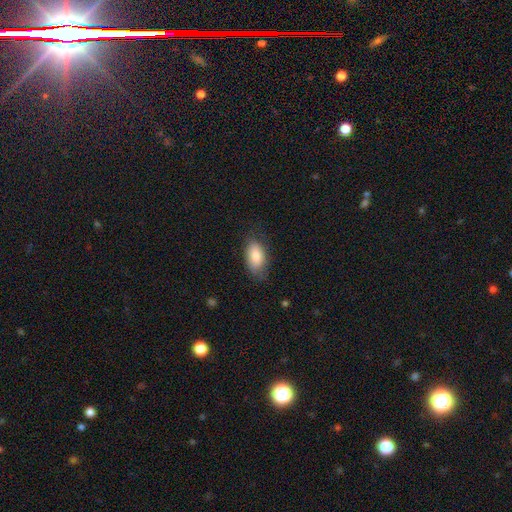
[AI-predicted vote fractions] The model was most divided on "merging": none: 71%, minor disturbance: 22%, major disturbance: 6%, merger: 1%. More confident: how rounded — in between (92%); smooth or featured — smooth (83%).